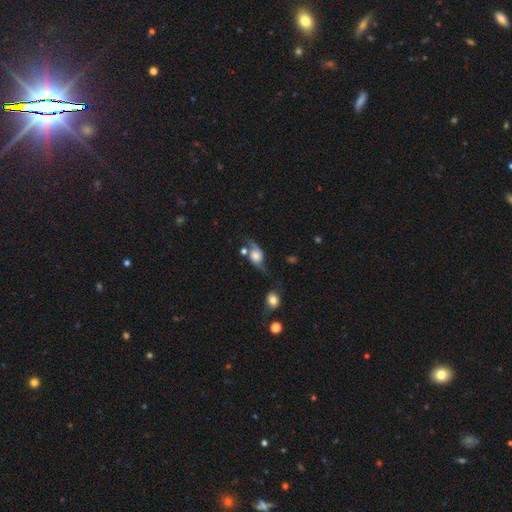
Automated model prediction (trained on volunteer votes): smooth_or_featured: featured or disk (p=0.64) [alt: smooth p=0.27]
disk_edge_on: no (p=0.88) [alt: yes p=0.12]
bar: no (p=0.73) [alt: weak p=0.21]
has_spiral_arms: yes (p=0.87) [alt: no p=0.13]
bulge_size: moderate (p=0.35) [alt: large p=0.32]
merging: none (p=0.43) [alt: minor disturbance p=0.23]